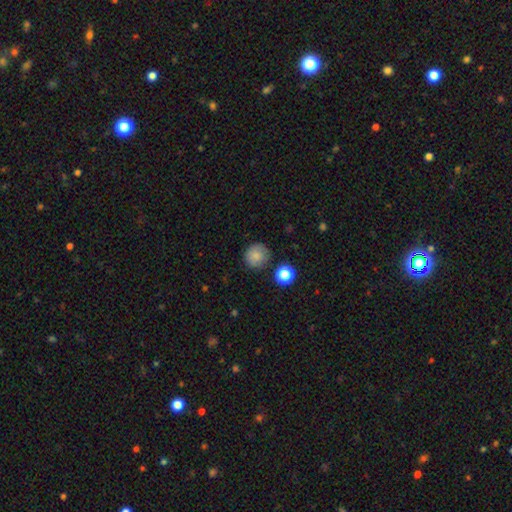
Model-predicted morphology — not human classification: Q: Smooth or featured?
A: smooth (81%); runner-up: star or artifact (10%)
Q: How rounded?
A: round (91%); runner-up: in between (8%)
Q: Merging?
A: none (81%); runner-up: minor disturbance (12%)